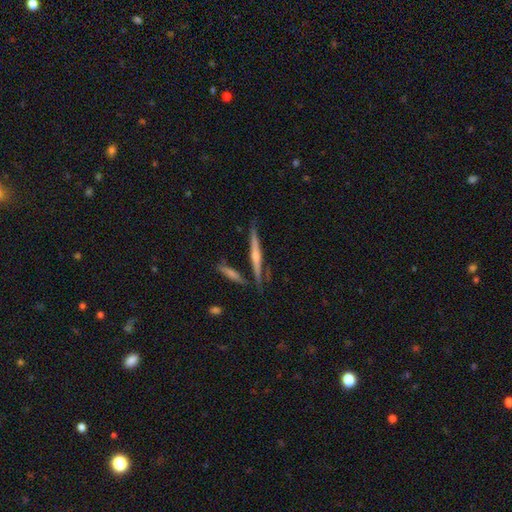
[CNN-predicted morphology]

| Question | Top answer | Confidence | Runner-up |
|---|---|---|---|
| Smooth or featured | featured or disk | 68% | smooth (25%) |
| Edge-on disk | yes | 97% | no (3%) |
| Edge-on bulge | rounded | 71% | none (20%) |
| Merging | none | 79% | minor disturbance (10%) |